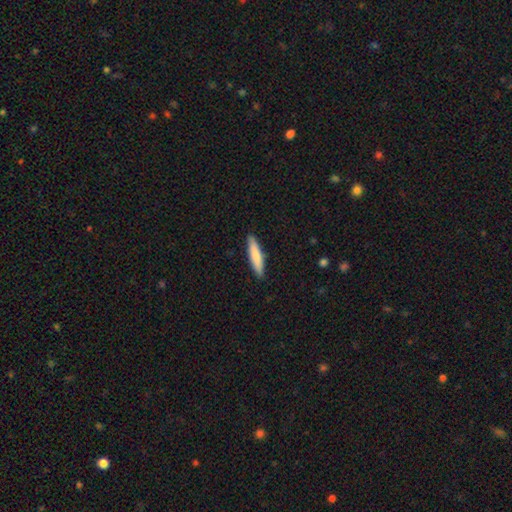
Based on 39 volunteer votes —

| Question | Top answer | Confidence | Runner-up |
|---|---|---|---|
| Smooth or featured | smooth | 92% | star or artifact (5%) |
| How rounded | cigar-shaped | 97% | in between (3%) |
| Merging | none | 97% | minor disturbance (3%) |